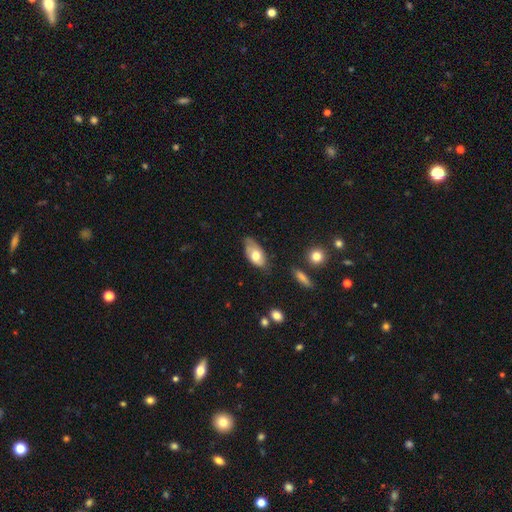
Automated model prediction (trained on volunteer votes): This appears to be a smooth galaxy with no disk features (64%) that is in between round and cigar-shaped (92%). Merging: none (52%).